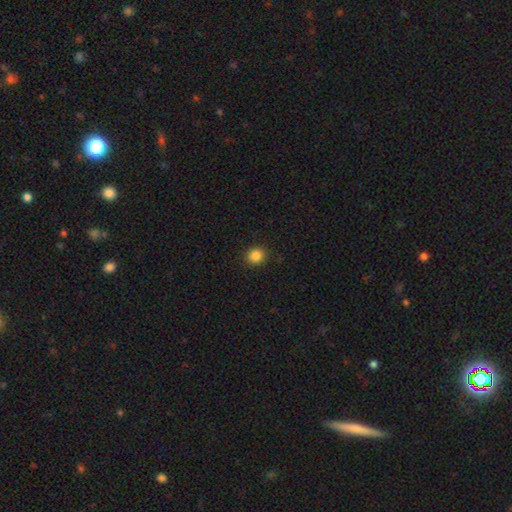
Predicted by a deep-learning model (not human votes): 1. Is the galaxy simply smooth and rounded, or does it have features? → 85% smooth, 11% star or artifact, 4% featured or disk.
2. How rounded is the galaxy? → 83% round, 16% in between, 1% cigar-shaped.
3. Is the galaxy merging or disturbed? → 91% none, 6% minor disturbance, 2% major disturbance, 1% merger.